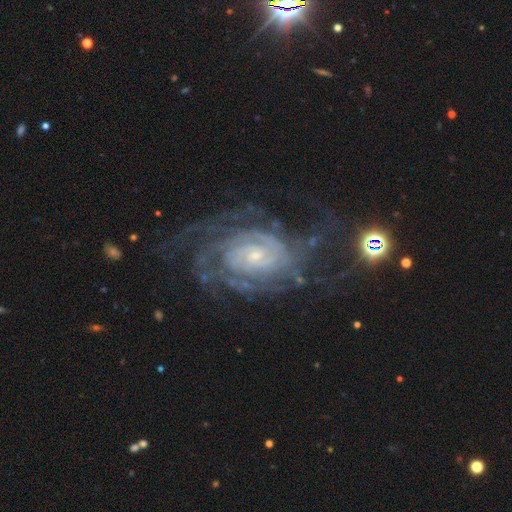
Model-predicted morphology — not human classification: A featured or disk galaxy (88%) with no bar (70%), tight (74%) spiral arms (96%) and a small central bulge (72%). Merging: none (63%).